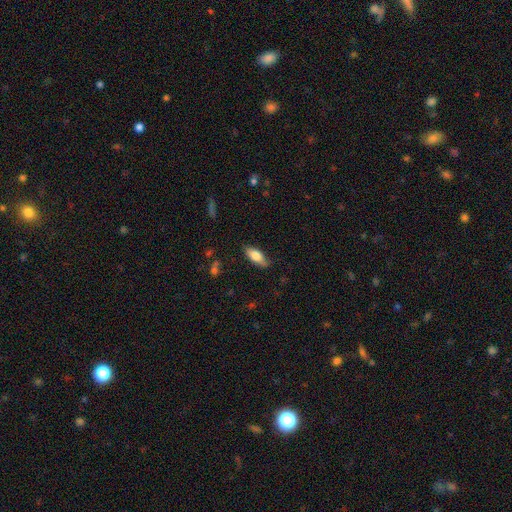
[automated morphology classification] A smooth galaxy with no disk features (76%) that is in between round and cigar-shaped (81%).

Vote fractions:
- Smooth or featured? smooth: 76% / featured or disk: 17% / star or artifact: 6%
- How rounded? in between: 81% / cigar-shaped: 16% / round: 3%
- Merging? none: 81% / minor disturbance: 15% / major disturbance: 3% / merger: 1%